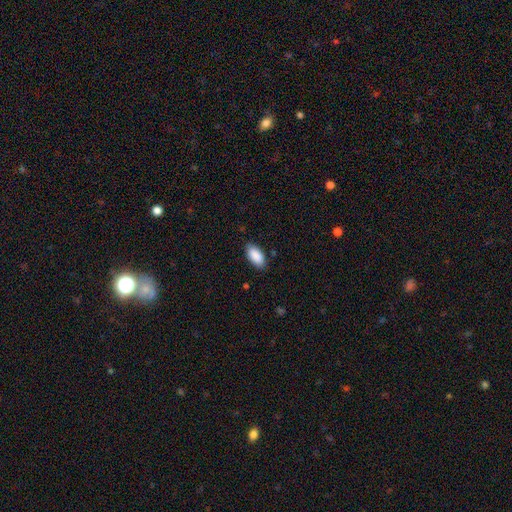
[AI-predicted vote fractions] A smooth galaxy with no disk features (90%) that is in between round and cigar-shaped (94%).

Vote fractions:
- Smooth or featured? smooth: 90% / star or artifact: 6% / featured or disk: 4%
- How rounded? in between: 94% / cigar-shaped: 3% / round: 2%
- Merging? none: 84% / minor disturbance: 13% / major disturbance: 2% / merger: 1%